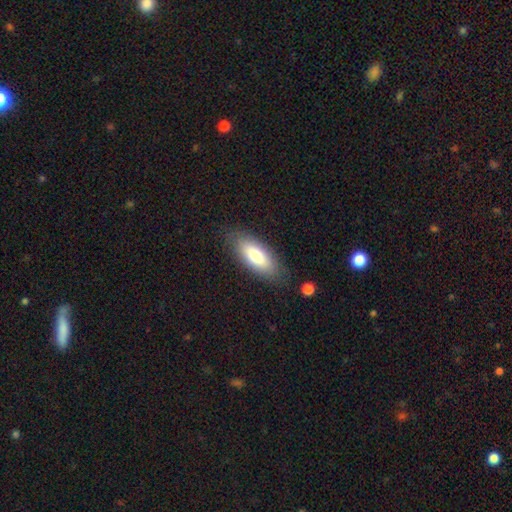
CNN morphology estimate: smooth_or_featured: smooth (p=0.77) [alt: featured or disk p=0.16]
how_rounded: in between (p=0.81) [alt: cigar-shaped p=0.17]
merging: none (p=0.82) [alt: minor disturbance p=0.13]